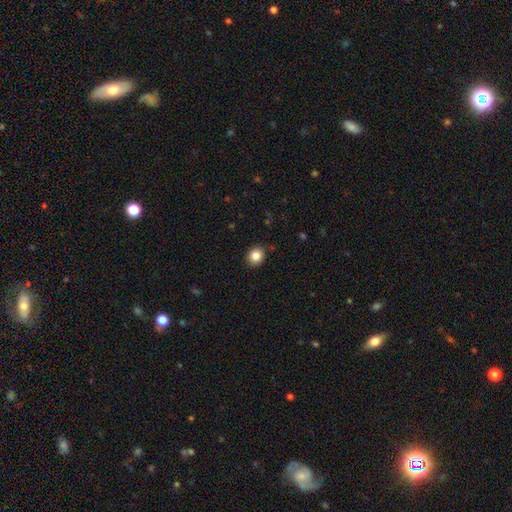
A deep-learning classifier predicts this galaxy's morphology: type=smooth (85%); roundness=round (81%); merging=none (91%).